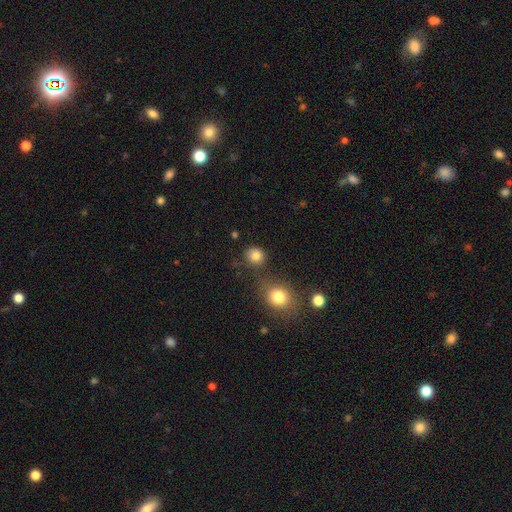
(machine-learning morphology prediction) Smooth or featured: smooth — 82% (star or artifact — 12%)
How rounded: round — 84% (in between — 15%)
Merging: none — 75% (minor disturbance — 12%)